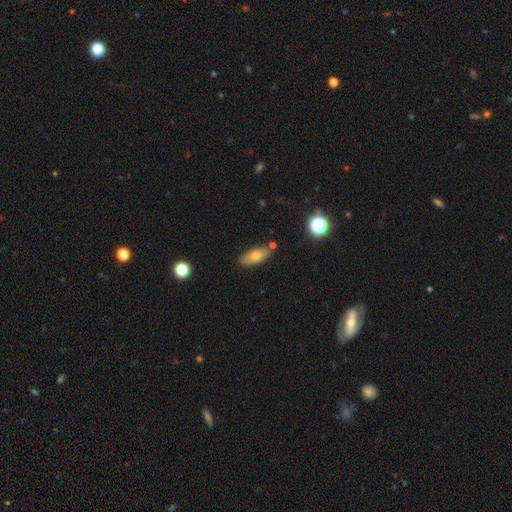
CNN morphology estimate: This appears to be a smooth galaxy with no disk features (72%) that is in between round and cigar-shaped (79%). Merging: none (79%).